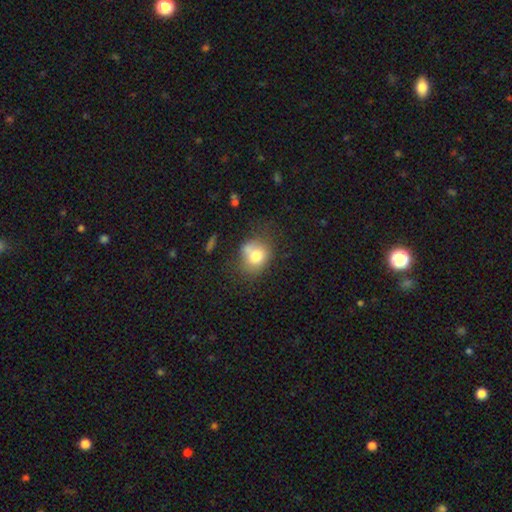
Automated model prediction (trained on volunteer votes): Smooth or featured? Predicted: smooth (p=0.75). How rounded? Predicted: round (p=0.61). Merging? Predicted: none (p=0.51).